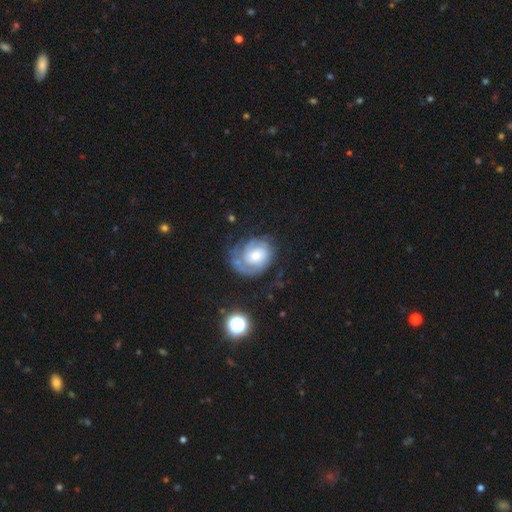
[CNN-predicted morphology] Overall: featured or disk (76%). Edge-on disk: no (98%). Bar: no (68%). Spiral arms: yes (91%). Spiral arm count: 2 (34%; can't tell 32%). Spiral winding: tight (63%; medium 28%). Bulge size: moderate (44%; small 27%). Merging: none (55%; minor disturbance 23%).